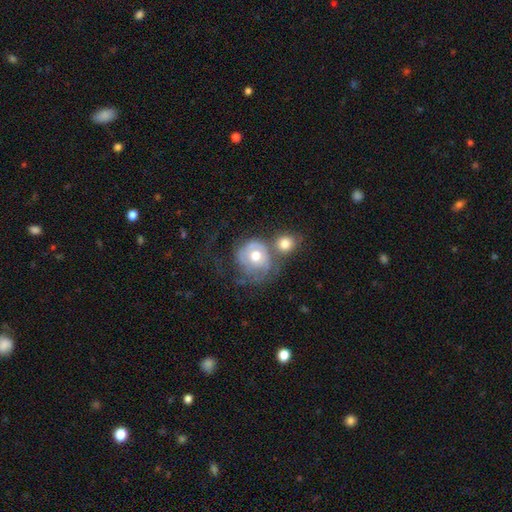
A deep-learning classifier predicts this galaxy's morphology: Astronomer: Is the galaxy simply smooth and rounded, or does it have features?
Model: featured or disk — 53% (runner-up: smooth, 40%).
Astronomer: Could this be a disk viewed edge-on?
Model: no — 97%.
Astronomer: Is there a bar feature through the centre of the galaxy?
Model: no — 82%.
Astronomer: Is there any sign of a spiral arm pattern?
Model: yes — 58% (runner-up: no, 42%).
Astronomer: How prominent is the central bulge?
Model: moderate — 74%.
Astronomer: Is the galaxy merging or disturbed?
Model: merger — 37% (runner-up: none, 29%).